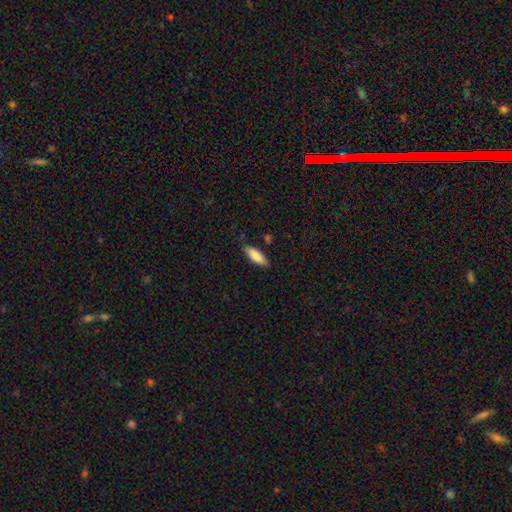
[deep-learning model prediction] smooth_or_featured: smooth (p=0.83) [alt: featured or disk p=0.11]
how_rounded: in between (p=0.55) [alt: cigar-shaped p=0.44]
merging: none (p=0.82) [alt: minor disturbance p=0.14]